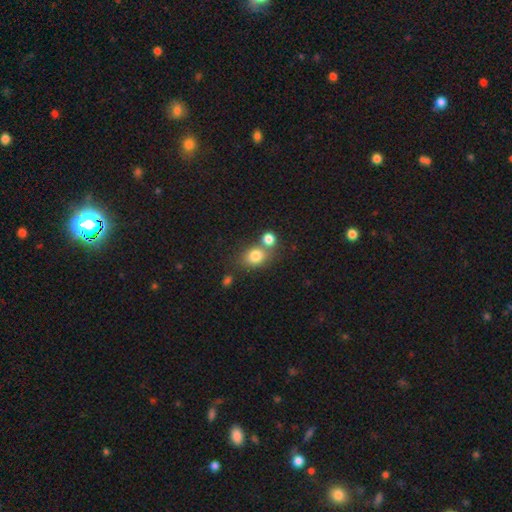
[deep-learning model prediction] Smooth or featured: smooth — 80% (star or artifact — 11%)
How rounded: round — 54% (in between — 45%)
Merging: none — 48% (merger — 36%)